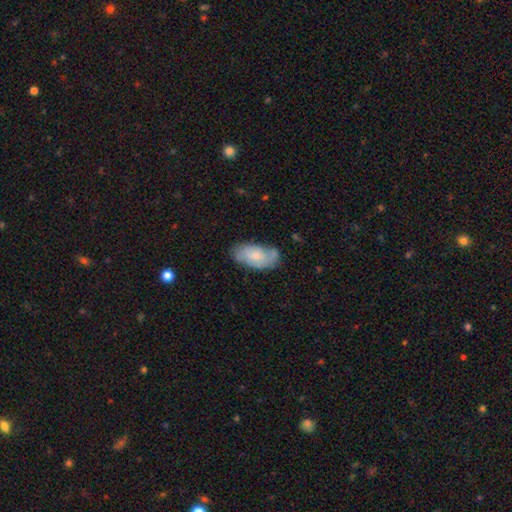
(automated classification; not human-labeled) The model was most divided on "smooth or featured": smooth: 57%, featured or disk: 36%, star or artifact: 7%. More confident: how rounded — in between (93%); merging — none (64%).